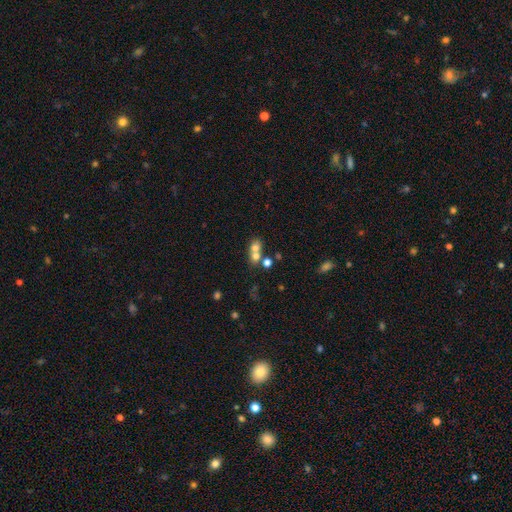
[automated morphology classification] Smooth or featured? Predicted: smooth (p=0.65). How rounded? Predicted: round (p=0.61). Merging? Predicted: merger (p=0.60).